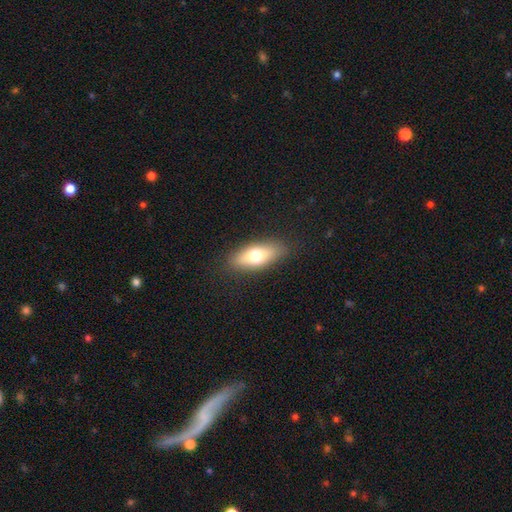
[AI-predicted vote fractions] This is likely a smooth galaxy (69%). How rounded: likely in between (75%). Merging: clearly none (86%).